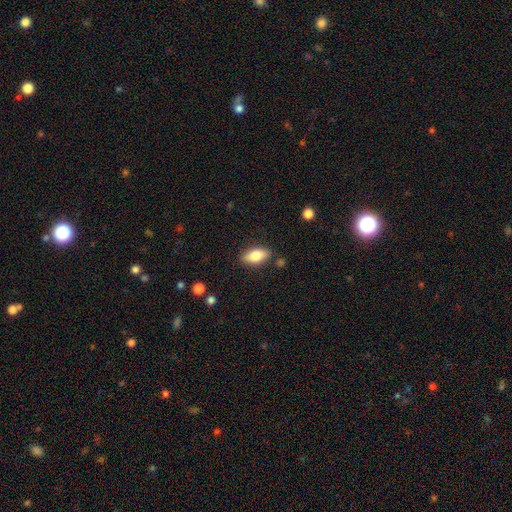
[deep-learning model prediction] This is likely a smooth galaxy (76%). How rounded: clearly in between (87%). Merging: clearly none (85%).